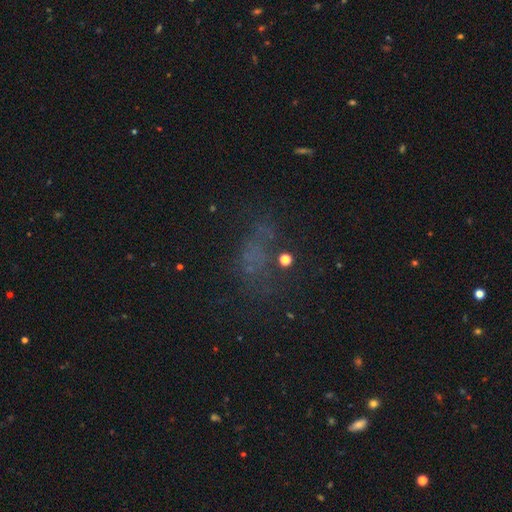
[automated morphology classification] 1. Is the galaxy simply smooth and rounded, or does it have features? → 40% star or artifact, 37% smooth, 23% featured or disk.